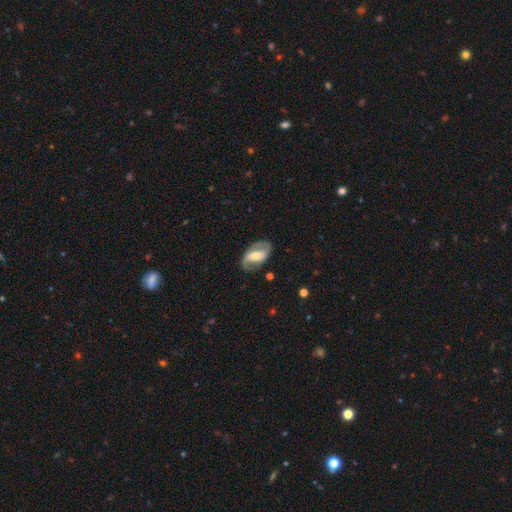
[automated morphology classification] smooth-or-featured: featured or disk: 74% | smooth: 21% | star or artifact: 6%
  disk-edge-on: no: 95% | yes: 5%
    bar: strong: 49% | weak: 33% | no: 18%
    has-spiral-arms: yes: 82% | no: 18%
      spiral-winding: medium: 45% | loose: 30% | tight: 25%
      spiral-arm-count: 2: 86% | can't tell: 7% | 1: 4% | 3: 1% | 4: 1% | more than 4: 1%
    bulge-size: moderate: 49% | small: 30% | large: 14% | none: 4% | dominant: 2%
  merging: none: 77% | minor disturbance: 14% | major disturbance: 7% | merger: 2%